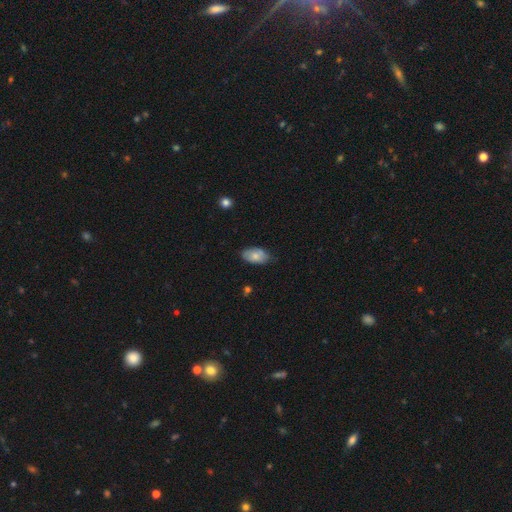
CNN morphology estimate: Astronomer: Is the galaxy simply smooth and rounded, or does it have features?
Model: smooth — 73%.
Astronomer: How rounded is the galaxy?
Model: in between — 93%.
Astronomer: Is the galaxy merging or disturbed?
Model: none — 72%.